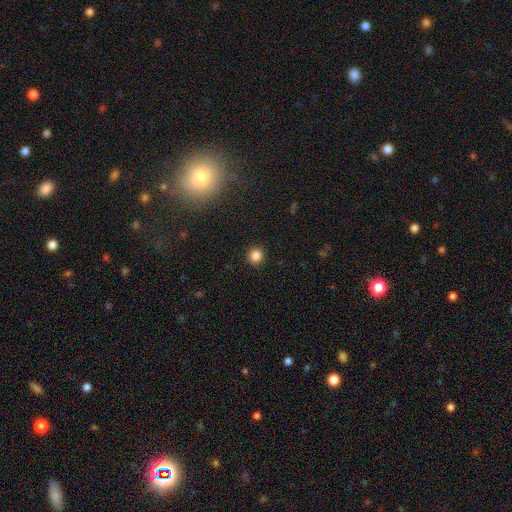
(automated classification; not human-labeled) smooth_or_featured: smooth (p=0.85) [alt: star or artifact p=0.12]
how_rounded: round (p=0.91) [alt: in between p=0.08]
merging: none (p=0.92) [alt: minor disturbance p=0.05]